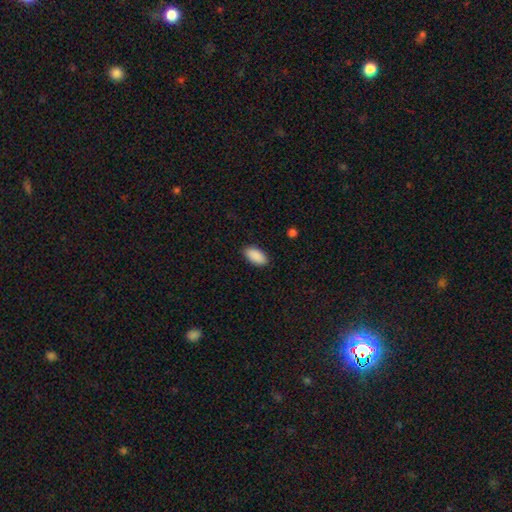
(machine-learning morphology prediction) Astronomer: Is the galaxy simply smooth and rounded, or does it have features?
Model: smooth — 91%.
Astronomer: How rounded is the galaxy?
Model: in between — 94%.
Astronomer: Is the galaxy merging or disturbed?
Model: none — 89%.